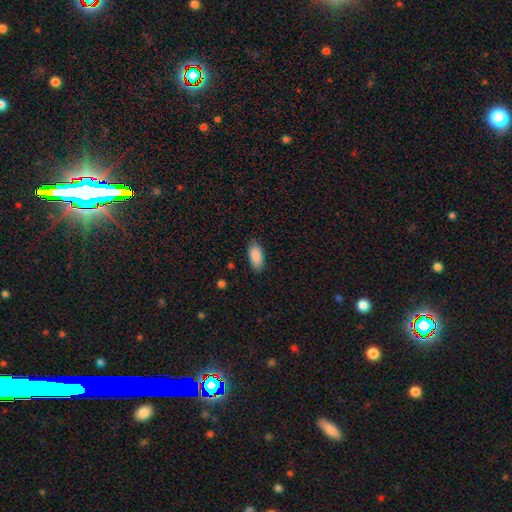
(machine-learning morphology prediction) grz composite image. It shows a smooth galaxy with no disk features (89%) that is in between round and cigar-shaped (92%). Merging: none (85%).